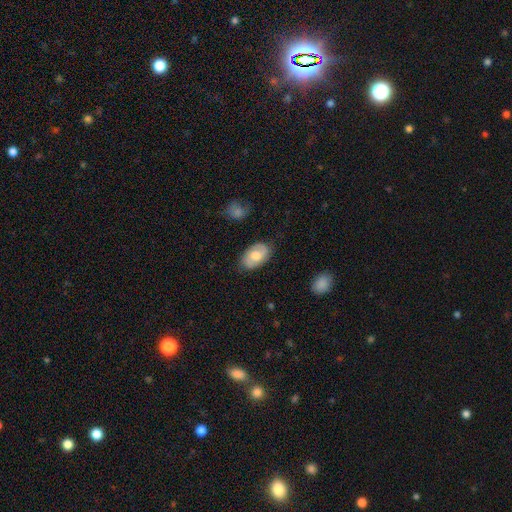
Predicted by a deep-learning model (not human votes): This appears to be a smooth galaxy with no disk features (54%) that is in between round and cigar-shaped (92%). Merging: none (78%).